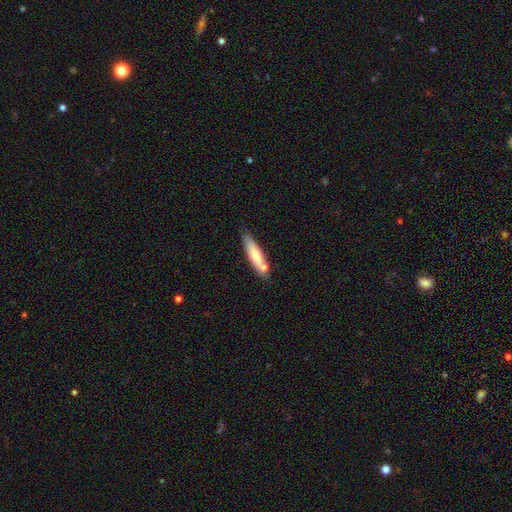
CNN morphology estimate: The model was most divided on "smooth or featured": smooth: 62%, featured or disk: 32%, star or artifact: 6%. More confident: how rounded — cigar-shaped (77%); merging — none (62%).